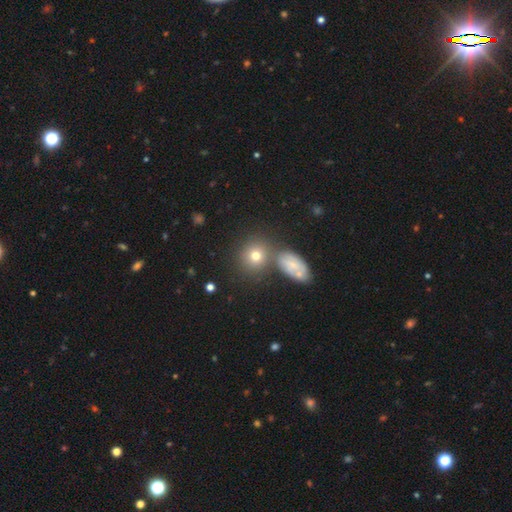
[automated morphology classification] Overall: smooth (74%). How rounded: round (81%). Merging: none (69%).